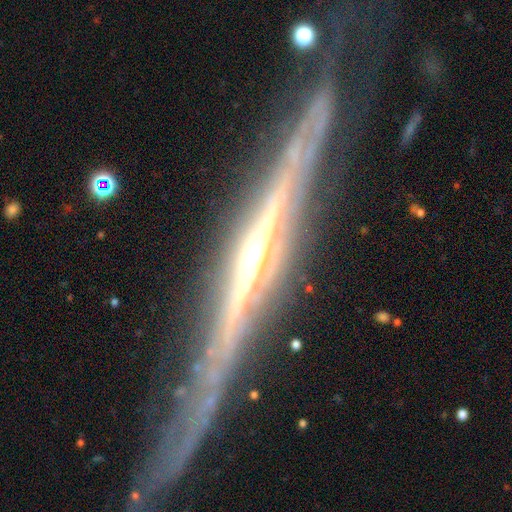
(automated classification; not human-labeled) smooth_or_featured: featured or disk (p=0.87) [alt: smooth p=0.07]
disk_edge_on: yes (p=0.95) [alt: no p=0.05]
edge_on_bulge: rounded (p=0.59) [alt: none p=0.28]
merging: none (p=0.80) [alt: minor disturbance p=0.13]